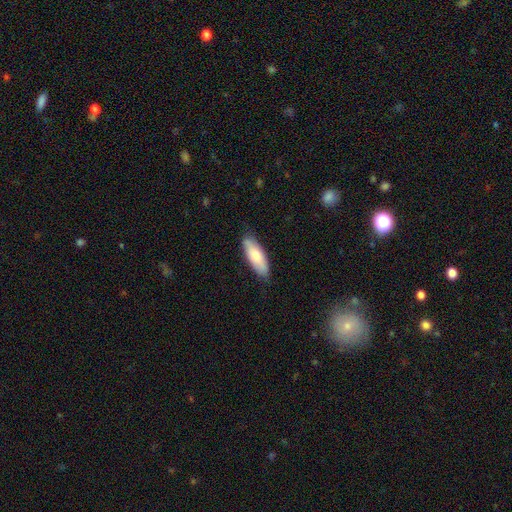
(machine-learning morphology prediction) Overall: smooth (74%). How rounded: in between (63%; cigar-shaped 35%). Merging: none (83%).